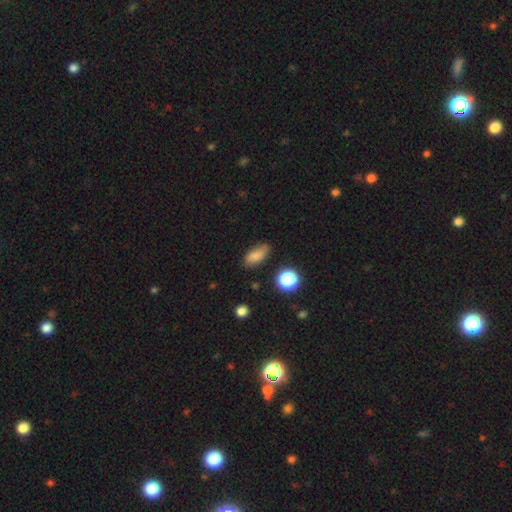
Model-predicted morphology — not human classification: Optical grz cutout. It shows a smooth galaxy with no disk features (77%) that is in between round and cigar-shaped (84%). Merging: none (76%).